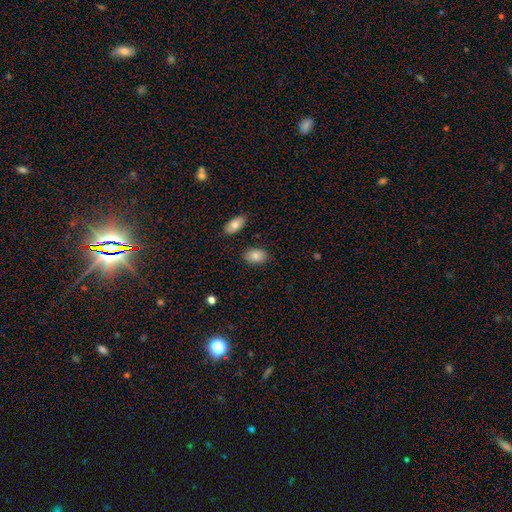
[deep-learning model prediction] Smooth or featured? Predicted: smooth (p=0.82). How rounded? Predicted: in between (p=0.88). Merging? Predicted: none (p=0.83).